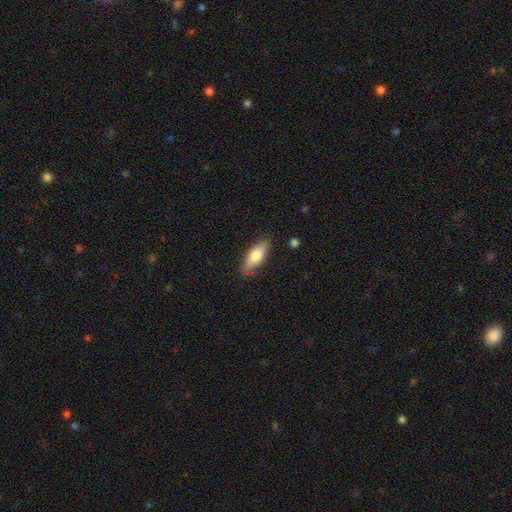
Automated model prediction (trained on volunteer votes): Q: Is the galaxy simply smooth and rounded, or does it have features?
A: smooth — 76%.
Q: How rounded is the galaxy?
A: in between — 62%.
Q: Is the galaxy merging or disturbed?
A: none — 83%.